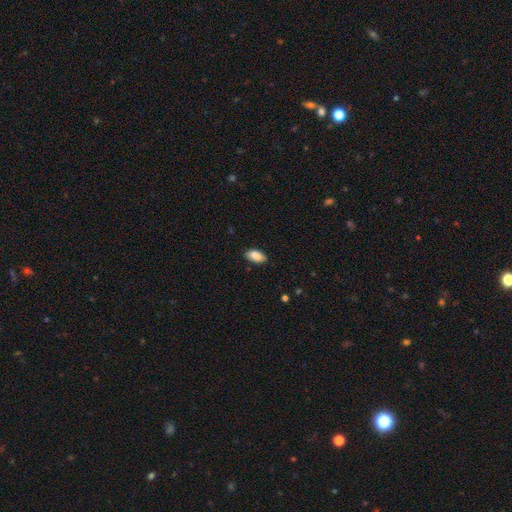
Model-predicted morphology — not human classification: smooth_or_featured: smooth (p=0.88) [alt: star or artifact p=0.07]
how_rounded: in between (p=0.93) [alt: cigar-shaped p=0.03]
merging: none (p=0.84) [alt: minor disturbance p=0.12]